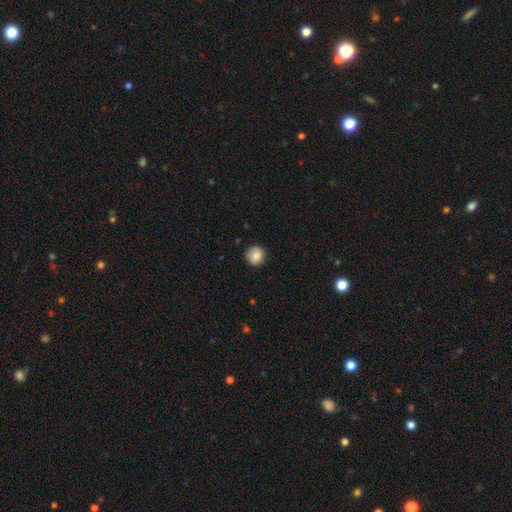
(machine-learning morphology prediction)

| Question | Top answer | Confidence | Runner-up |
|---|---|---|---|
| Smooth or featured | smooth | 85% | star or artifact (8%) |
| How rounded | round | 93% | in between (6%) |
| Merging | none | 88% | minor disturbance (9%) |